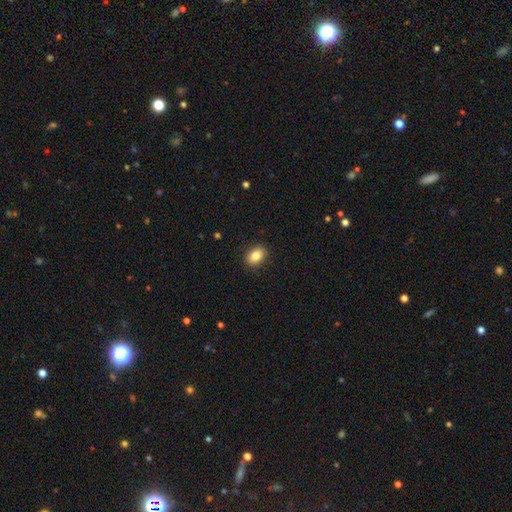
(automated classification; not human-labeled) smooth-or-featured: smooth: 85% | star or artifact: 8% | featured or disk: 6%
  how-rounded: in between: 78% | round: 21% | cigar-shaped: 1%
  merging: none: 90% | minor disturbance: 7% | major disturbance: 2% | merger: 1%